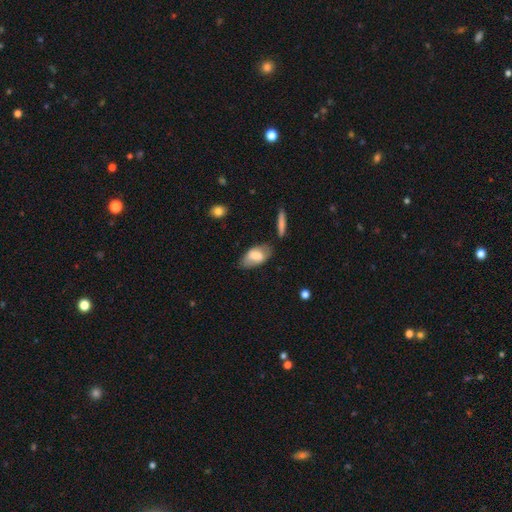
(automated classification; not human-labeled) smooth-or-featured: smooth: 69% | featured or disk: 24% | star or artifact: 7%
  how-rounded: in between: 92% | cigar-shaped: 4% | round: 4%
  merging: none: 68% | minor disturbance: 22% | major disturbance: 6% | merger: 5%